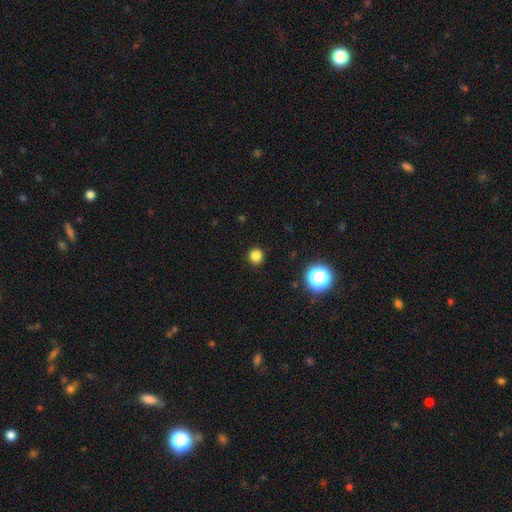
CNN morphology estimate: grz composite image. It shows a smooth galaxy with no disk features (82%) that is round (94%). Merging: none (92%).